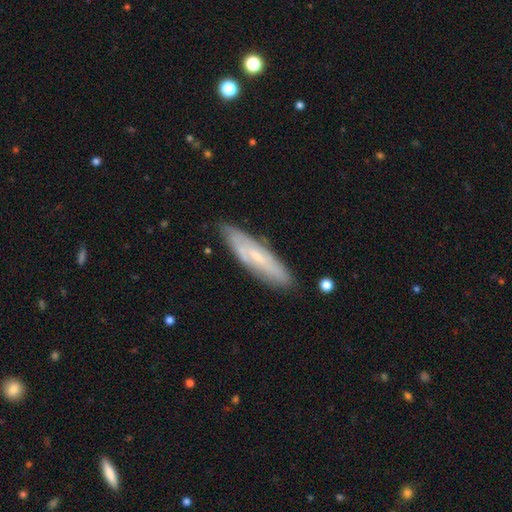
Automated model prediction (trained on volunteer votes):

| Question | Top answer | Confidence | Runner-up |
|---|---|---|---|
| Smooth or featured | featured or disk | 52% | smooth (41%) |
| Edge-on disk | no | 54% | yes (46%) |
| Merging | none | 78% | minor disturbance (17%) |